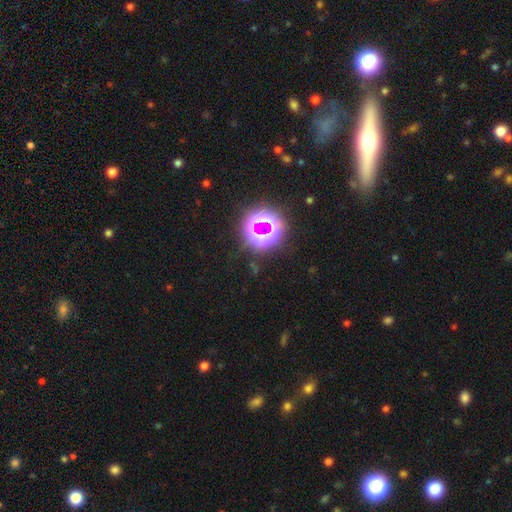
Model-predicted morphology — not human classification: Smooth or featured: star or artifact — 65% (featured or disk — 18%)